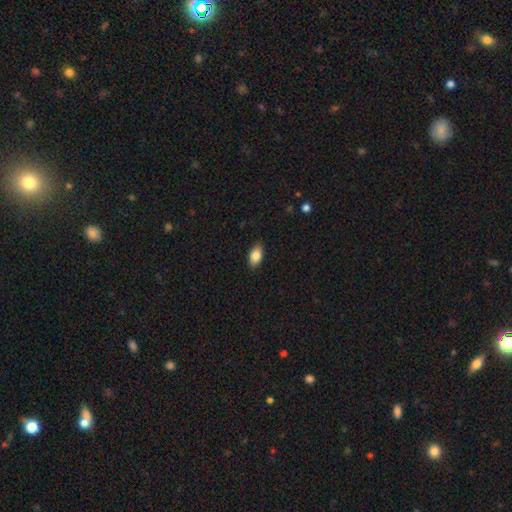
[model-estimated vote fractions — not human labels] smooth-or-featured: smooth: 86% | star or artifact: 7% | featured or disk: 7%
  how-rounded: in between: 91% | round: 6% | cigar-shaped: 3%
  merging: none: 87% | minor disturbance: 10% | major disturbance: 2% | merger: 1%